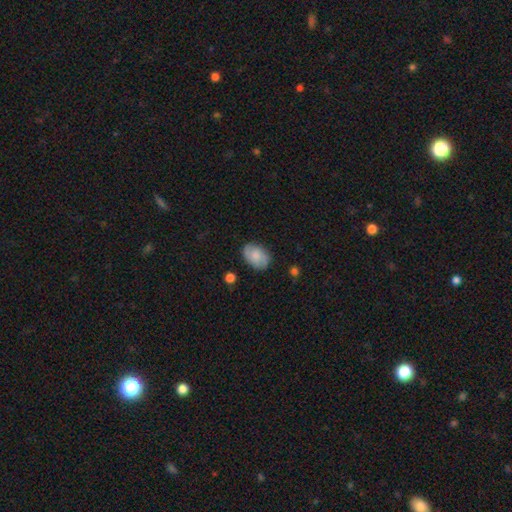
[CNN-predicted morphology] Smooth or featured: smooth — 60% (featured or disk — 32%)
How rounded: in between — 81% (round — 18%)
Merging: none — 77% (minor disturbance — 17%)